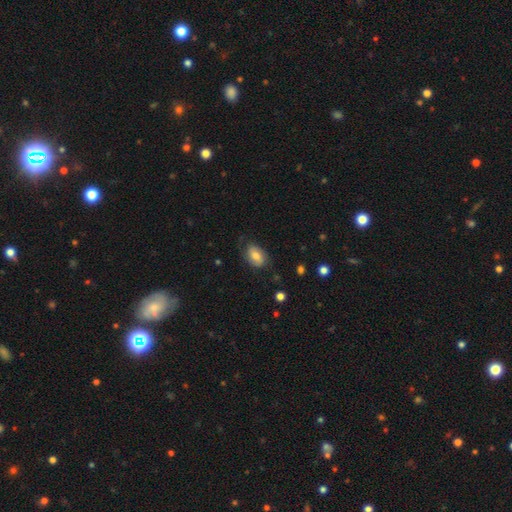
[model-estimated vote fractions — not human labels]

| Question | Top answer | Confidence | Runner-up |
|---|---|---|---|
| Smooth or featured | smooth | 64% | featured or disk (29%) |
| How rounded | in between | 87% | round (12%) |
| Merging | none | 67% | minor disturbance (23%) |